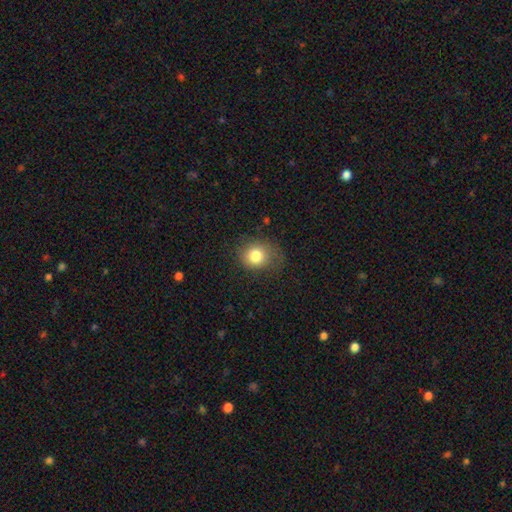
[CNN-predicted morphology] Q: Smooth or featured?
A: smooth (80%); runner-up: star or artifact (11%)
Q: How rounded?
A: round (69%); runner-up: in between (30%)
Q: Merging?
A: none (66%); runner-up: minor disturbance (23%)